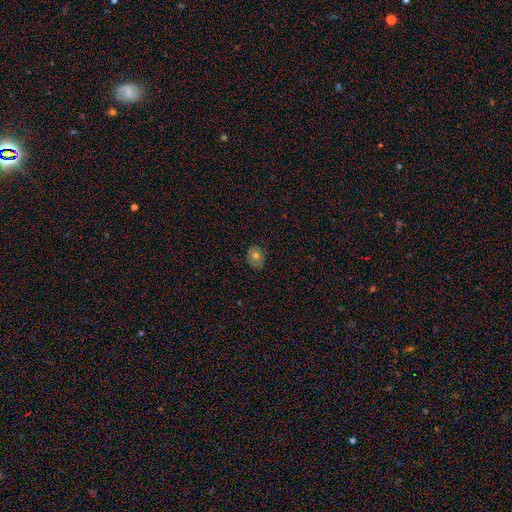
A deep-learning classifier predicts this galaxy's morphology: A smooth galaxy with no disk features (68%) that is round (63%). Merging: none (80%).